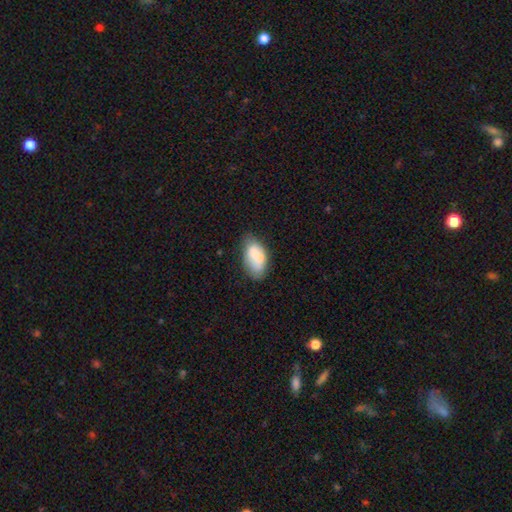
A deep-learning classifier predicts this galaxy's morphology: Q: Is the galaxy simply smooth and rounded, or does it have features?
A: smooth — 73%.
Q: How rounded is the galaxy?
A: in between — 93%.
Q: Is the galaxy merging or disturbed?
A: none — 52%.